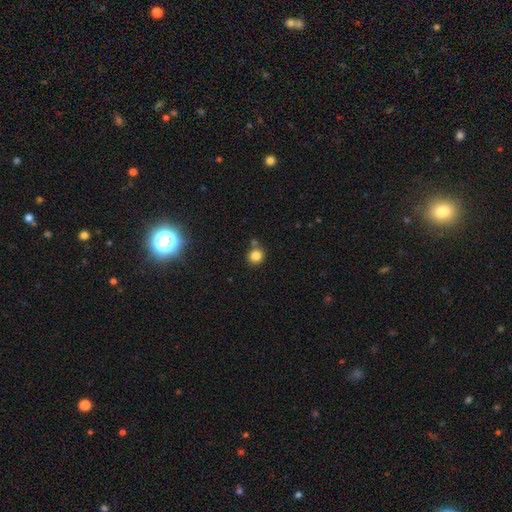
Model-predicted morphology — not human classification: A smooth galaxy with no disk features (84%) that is round (90%).

Vote fractions:
- Smooth or featured? smooth: 84% / star or artifact: 12% / featured or disk: 5%
- How rounded? round: 90% / in between: 9% / cigar-shaped: 1%
- Merging? none: 72% / merger: 14% / minor disturbance: 11% / major disturbance: 3%